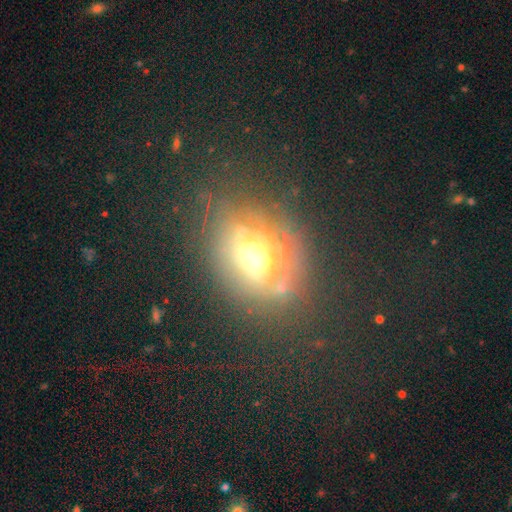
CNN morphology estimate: A featured or disk galaxy (46%). Merging: none (67%).